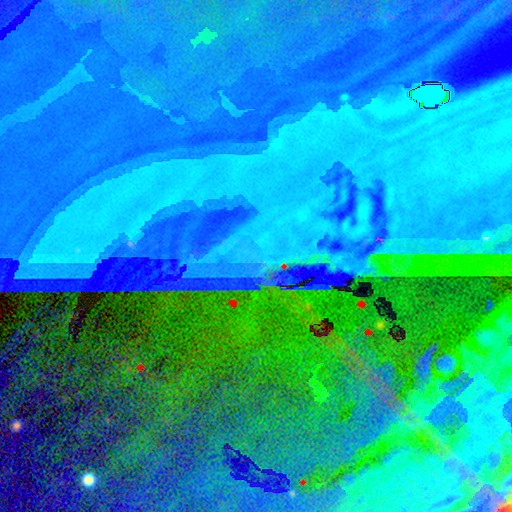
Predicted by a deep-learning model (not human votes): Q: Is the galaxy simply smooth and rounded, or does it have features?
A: star or artifact — 89%.